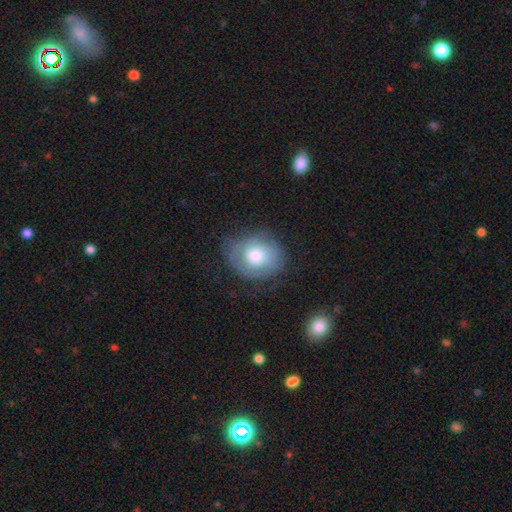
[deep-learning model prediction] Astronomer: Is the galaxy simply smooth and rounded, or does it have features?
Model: smooth — 54% (runner-up: featured or disk, 38%).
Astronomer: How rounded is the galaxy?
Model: round — 60% (runner-up: in between, 39%).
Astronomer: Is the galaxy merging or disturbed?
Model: none — 64%.